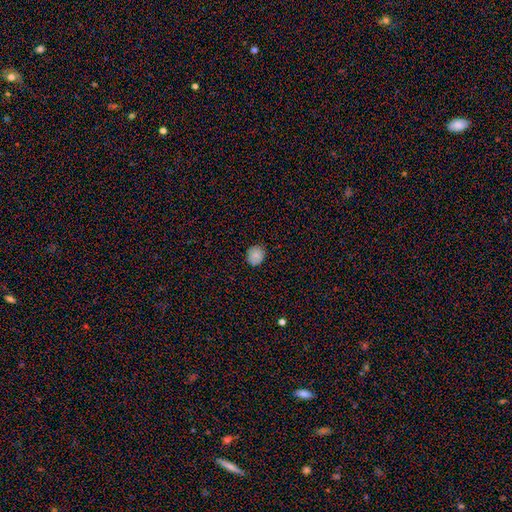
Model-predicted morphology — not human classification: smooth 83%, star or artifact 10%, featured or disk 7%. Down the decision tree: how rounded — round (80%); merging — none (85%).